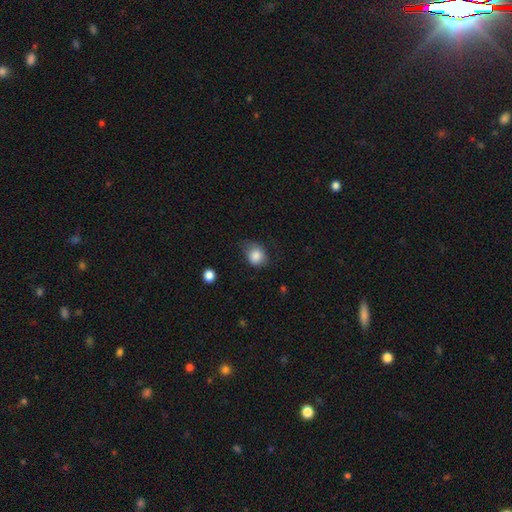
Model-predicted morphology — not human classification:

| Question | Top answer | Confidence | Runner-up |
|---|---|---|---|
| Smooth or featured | smooth | 84% | star or artifact (9%) |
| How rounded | round | 61% | in between (38%) |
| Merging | none | 52% | minor disturbance (34%) |